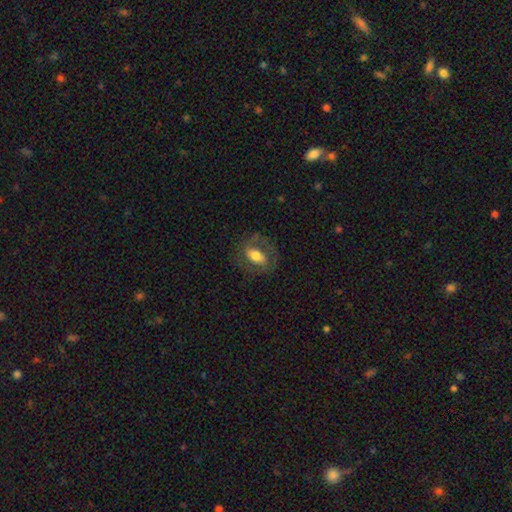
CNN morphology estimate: smooth 47%, featured or disk 46%, star or artifact 7%. Down the decision tree: merging — none (68%).